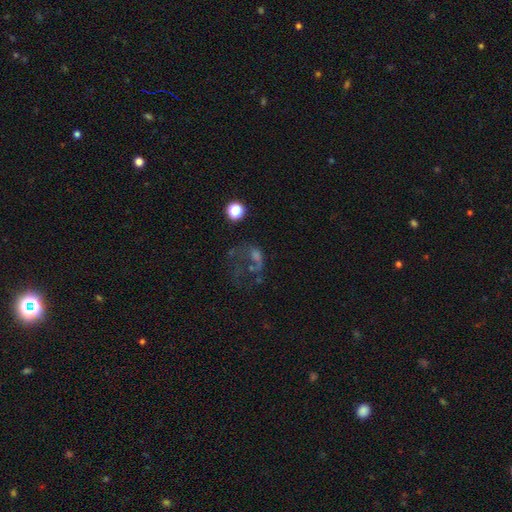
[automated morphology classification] featured or disk 42%, smooth 31%, star or artifact 28%. Down the decision tree: merging — major disturbance (49%).